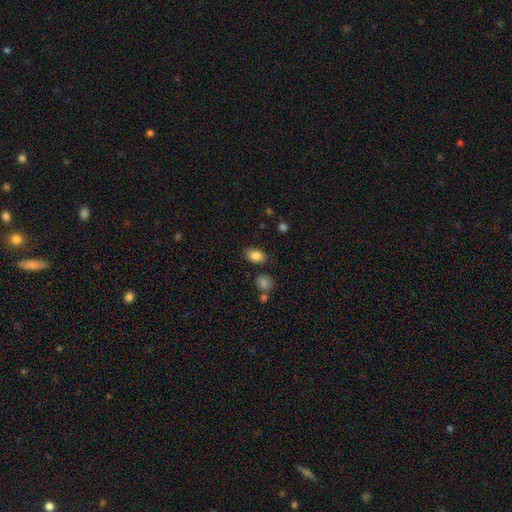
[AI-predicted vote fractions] Q: Smooth or featured?
A: smooth (84%); runner-up: star or artifact (9%)
Q: How rounded?
A: in between (86%); runner-up: round (12%)
Q: Merging?
A: none (83%); runner-up: minor disturbance (11%)